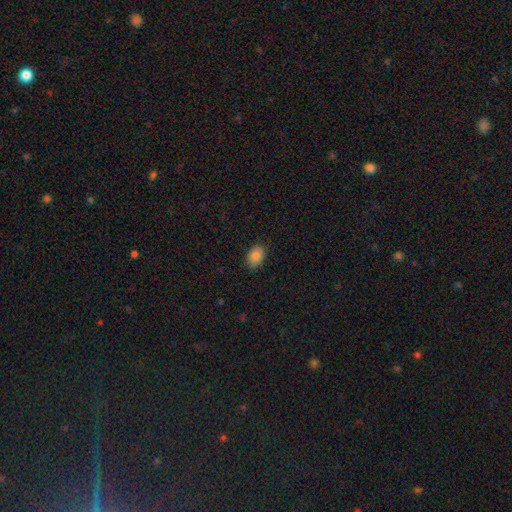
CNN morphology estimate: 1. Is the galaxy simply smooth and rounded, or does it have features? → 84% smooth, 8% star or artifact, 8% featured or disk.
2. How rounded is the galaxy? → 81% in between, 17% round, 1% cigar-shaped.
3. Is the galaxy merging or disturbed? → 86% none, 11% minor disturbance, 2% major disturbance, 1% merger.